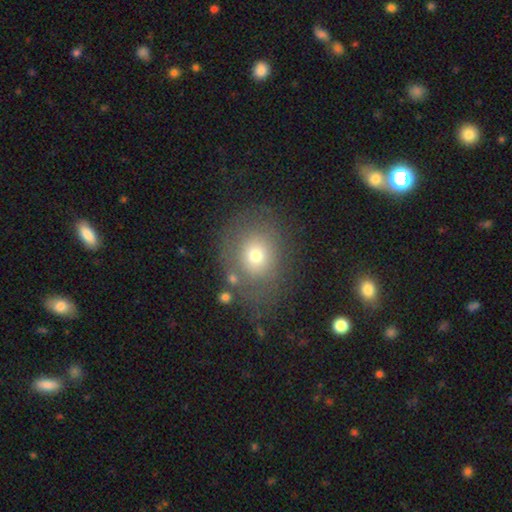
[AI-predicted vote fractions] The model was most divided on "how rounded": round: 51%, in between: 48%, cigar-shaped: 1%. More confident: merging — none (67%); smooth or featured — smooth (65%).